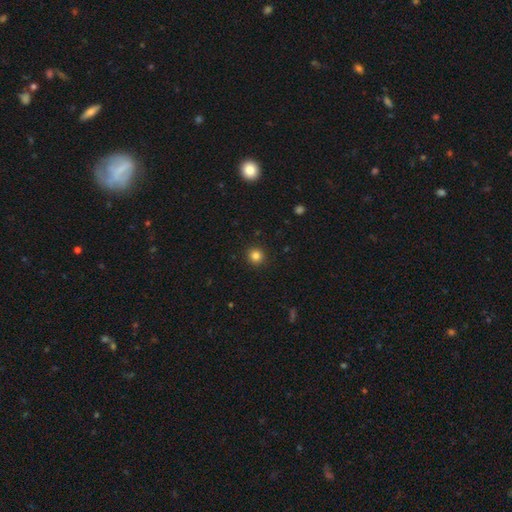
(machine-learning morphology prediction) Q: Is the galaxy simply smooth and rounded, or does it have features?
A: smooth — 83%.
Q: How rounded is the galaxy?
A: round — 94%.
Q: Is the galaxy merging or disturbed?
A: none — 93%.